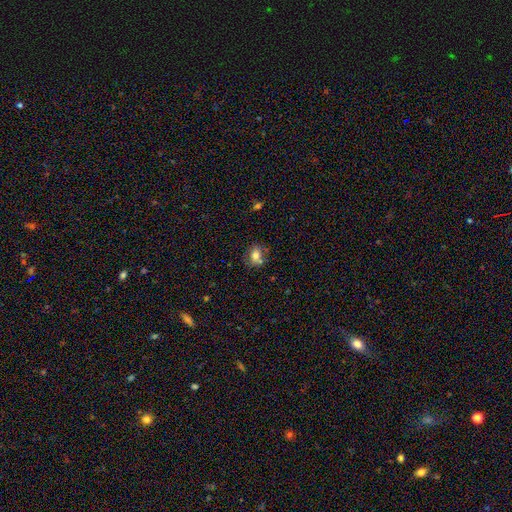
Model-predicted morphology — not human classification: type=smooth (75%); roundness=in between (50%); merging=none (66%).